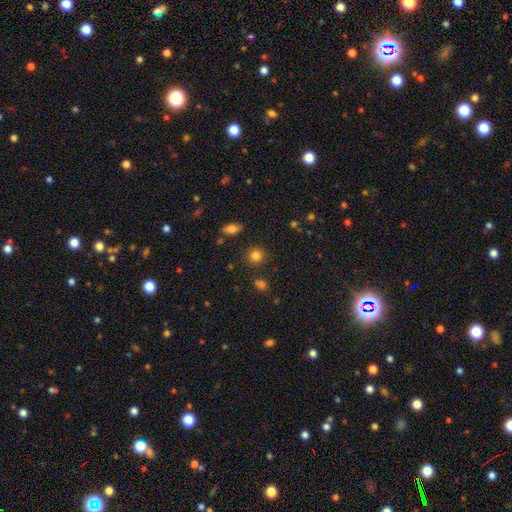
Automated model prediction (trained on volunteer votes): A smooth galaxy with no disk features (82%) that is round (87%).

Vote fractions:
- Smooth or featured? smooth: 82% / star or artifact: 12% / featured or disk: 6%
- How rounded? round: 87% / in between: 12% / cigar-shaped: 1%
- Merging? none: 86% / minor disturbance: 8% / merger: 3% / major disturbance: 3%